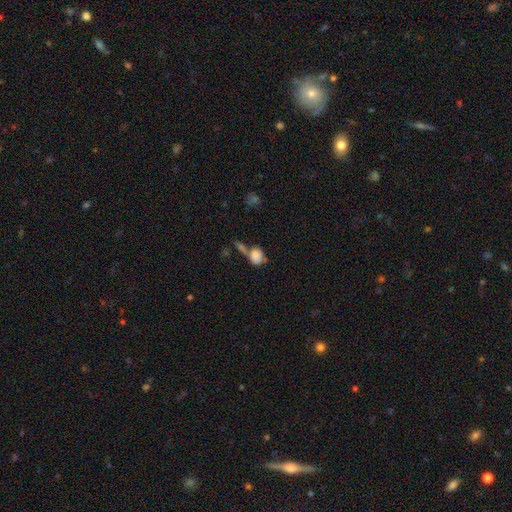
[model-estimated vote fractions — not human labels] Smooth or featured?
  - smooth: 81% *
  - featured or disk: 10%
  - star or artifact: 10%
How rounded?
  - round: 56% *
  - in between: 42%
  - cigar-shaped: 2%
Merging?
  - merger: 45% *
  - none: 32%
  - minor disturbance: 14%
  - major disturbance: 9%